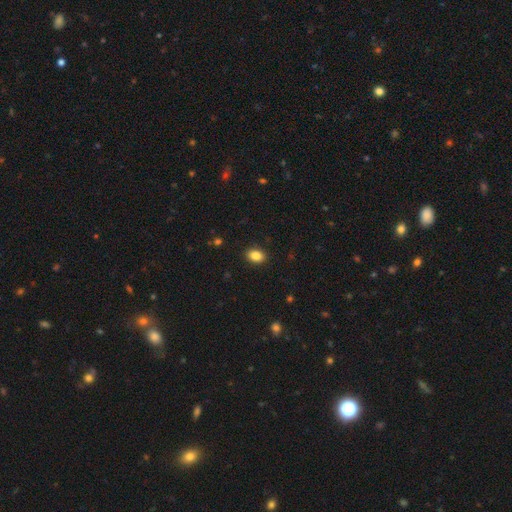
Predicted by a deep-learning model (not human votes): A smooth galaxy with no disk features (86%) that is in between round and cigar-shaped (75%).

Vote fractions:
- Smooth or featured? smooth: 86% / star or artifact: 9% / featured or disk: 5%
- How rounded? in between: 75% / round: 24% / cigar-shaped: 1%
- Merging? none: 89% / minor disturbance: 8% / major disturbance: 2% / merger: 1%